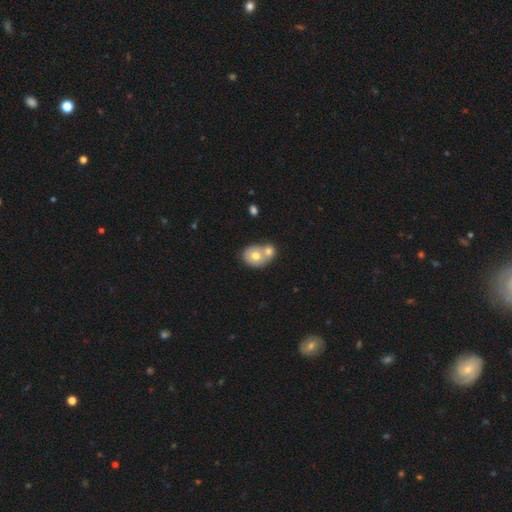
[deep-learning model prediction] Morphology: type=smooth (67%); roundness=round (60%); merging=merger (67%).